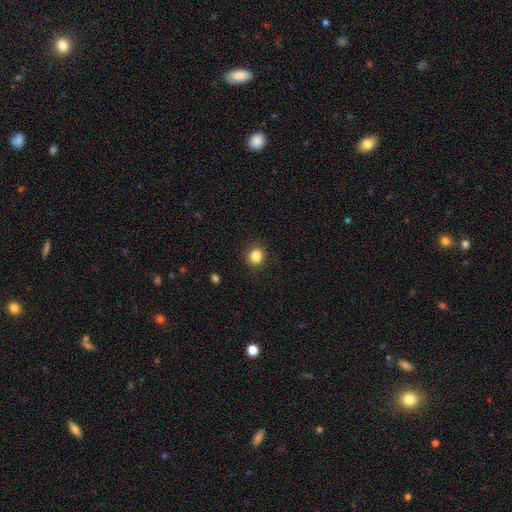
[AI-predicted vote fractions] Smooth or featured? smooth (85%)
How rounded? round (78%)
Merging? none (89%)